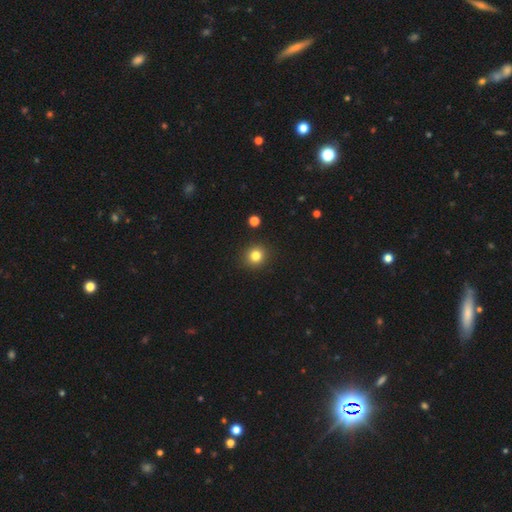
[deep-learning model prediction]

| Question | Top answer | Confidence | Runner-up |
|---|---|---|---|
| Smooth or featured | smooth | 82% | star or artifact (13%) |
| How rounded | round | 88% | in between (11%) |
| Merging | none | 91% | minor disturbance (6%) |